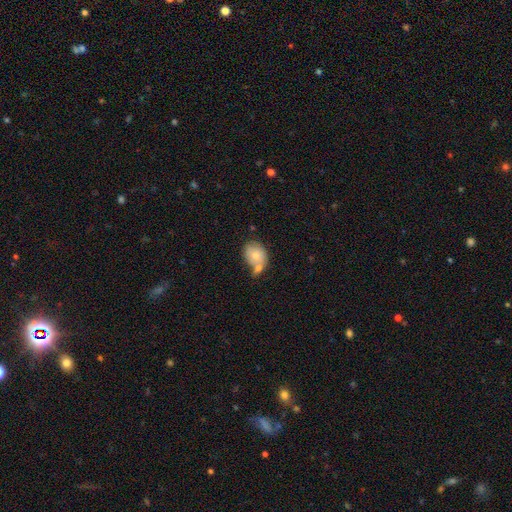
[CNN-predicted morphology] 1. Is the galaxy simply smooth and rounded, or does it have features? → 73% smooth, 20% featured or disk, 8% star or artifact.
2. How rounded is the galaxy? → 59% in between, 40% round, 1% cigar-shaped.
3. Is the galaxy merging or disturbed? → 42% merger, 34% none, 18% minor disturbance, 7% major disturbance.